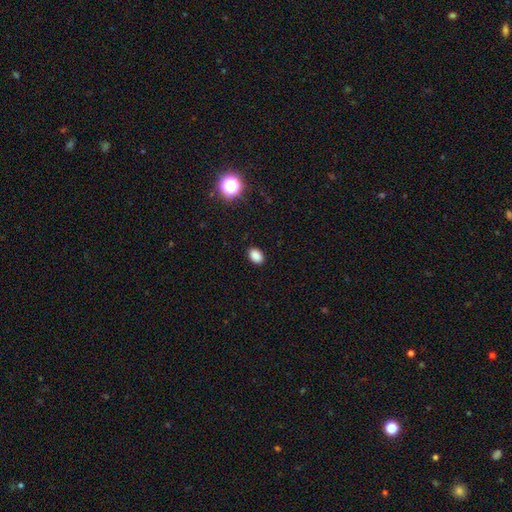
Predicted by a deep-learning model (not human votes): smooth_or_featured: smooth (p=0.85) [alt: star or artifact p=0.12]
how_rounded: in between (p=0.78) [alt: round p=0.21]
merging: none (p=0.89) [alt: minor disturbance p=0.08]